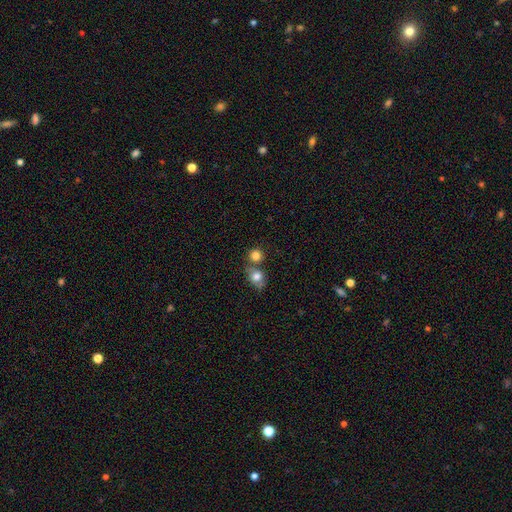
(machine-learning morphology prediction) This is clearly a smooth galaxy (81%). How rounded: clearly round (83%). Merging: possibly none (53%).